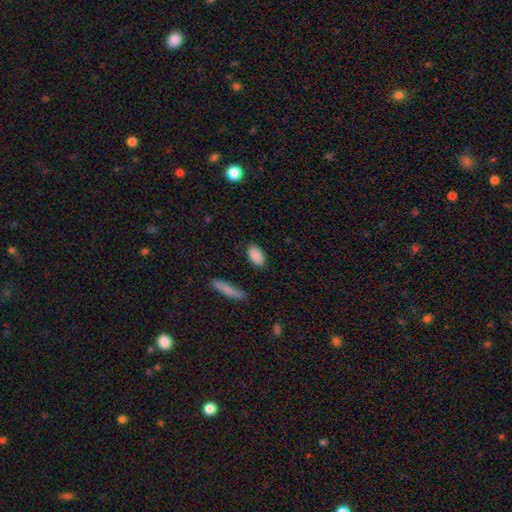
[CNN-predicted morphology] smooth 88%, star or artifact 7%, featured or disk 5%. Down the decision tree: how rounded — in between (93%); merging — none (83%).